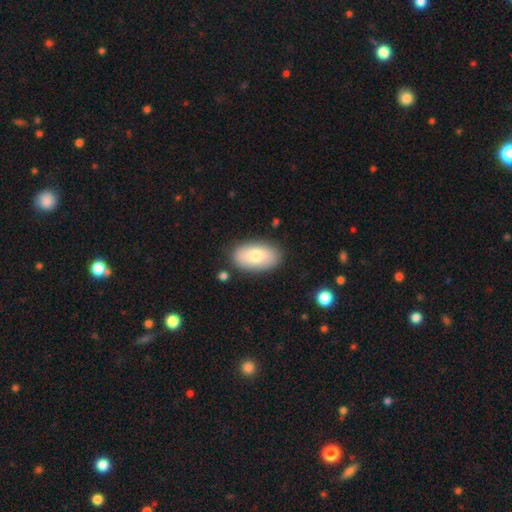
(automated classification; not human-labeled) This appears to be a smooth galaxy with no disk features (76%) that is in between round and cigar-shaped (94%). Merging: none (85%).